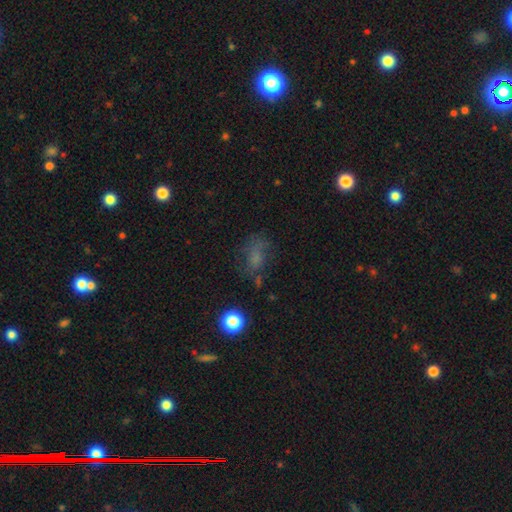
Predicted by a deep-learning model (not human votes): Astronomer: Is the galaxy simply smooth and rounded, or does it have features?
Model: smooth — 57%.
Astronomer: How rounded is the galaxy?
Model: in between — 70%.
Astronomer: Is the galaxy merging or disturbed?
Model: none — 49% (runner-up: major disturbance, 24%).